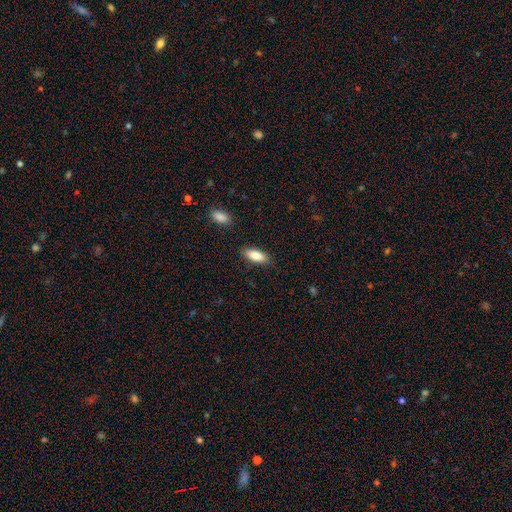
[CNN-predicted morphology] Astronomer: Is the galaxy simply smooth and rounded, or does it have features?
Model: smooth — 82%.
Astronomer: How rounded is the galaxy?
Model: in between — 74%.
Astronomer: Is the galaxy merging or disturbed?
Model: none — 85%.